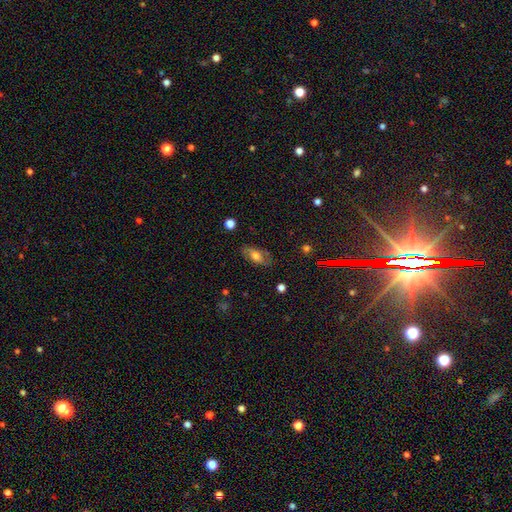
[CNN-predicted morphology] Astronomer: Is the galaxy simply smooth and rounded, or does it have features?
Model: smooth — 57% (runner-up: featured or disk, 34%).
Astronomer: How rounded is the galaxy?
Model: in between — 85%.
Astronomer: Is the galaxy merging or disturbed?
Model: none — 79%.